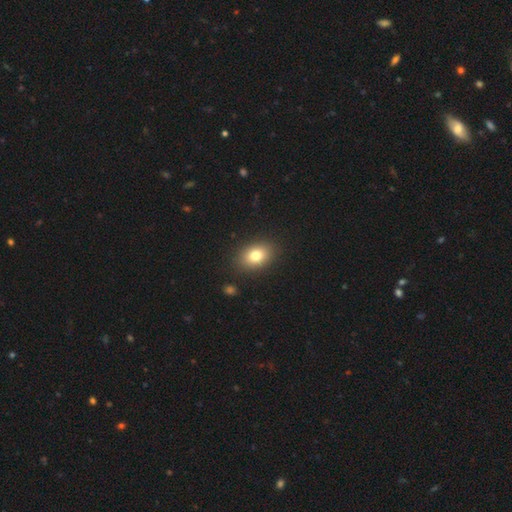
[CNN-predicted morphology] Overall: smooth (79%). How rounded: in between (75%). Merging: none (88%).